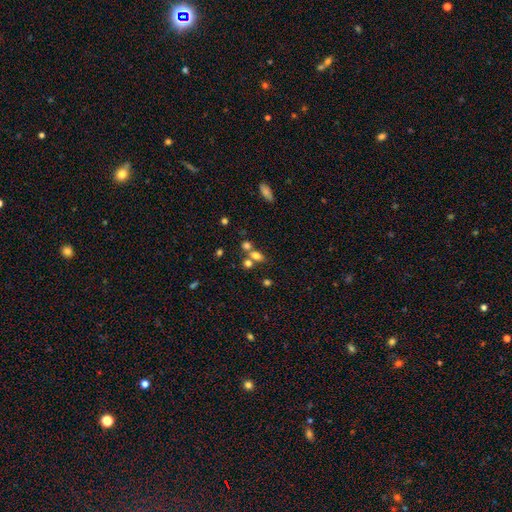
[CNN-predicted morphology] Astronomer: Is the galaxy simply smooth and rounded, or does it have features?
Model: smooth — 71%.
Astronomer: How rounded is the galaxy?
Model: in between — 64%.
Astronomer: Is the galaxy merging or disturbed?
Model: merger — 45% (runner-up: none, 40%).